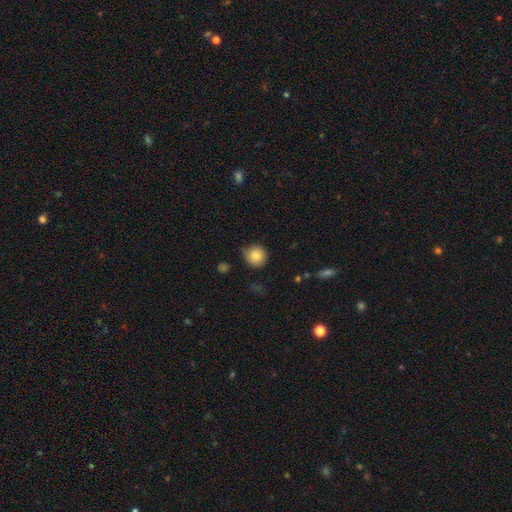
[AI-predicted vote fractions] Smooth or featured? Predicted: smooth (p=0.83). How rounded? Predicted: round (p=0.93). Merging? Predicted: none (p=0.76).